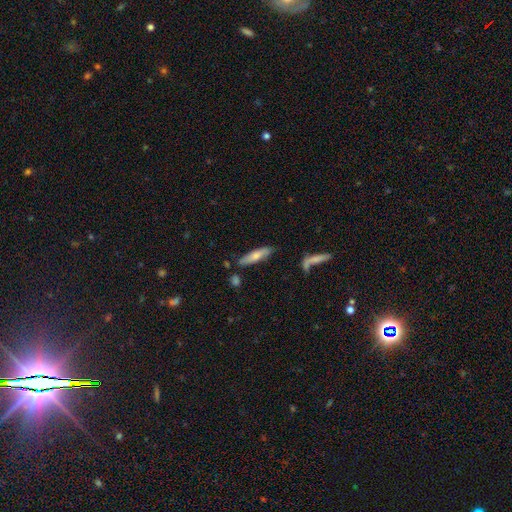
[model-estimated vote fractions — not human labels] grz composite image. It shows a smooth galaxy with no disk features (66%) that is cigar-shaped (72%). Merging: none (77%).